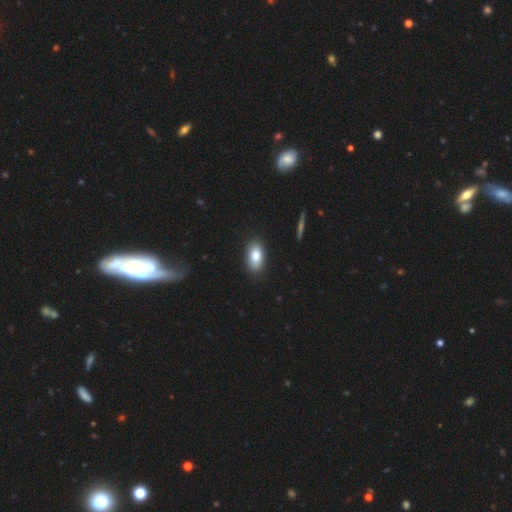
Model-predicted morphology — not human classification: type=smooth (82%); roundness=in between (90%); merging=none (87%).